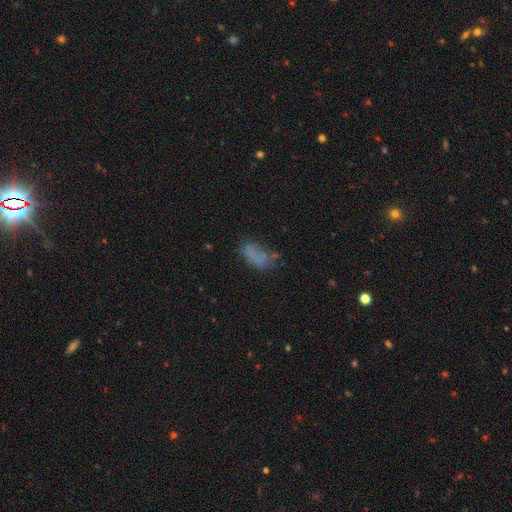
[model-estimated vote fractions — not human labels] This appears to be a smooth galaxy with no disk features (65%) that is in between round and cigar-shaped (88%). Merging: none (47%).